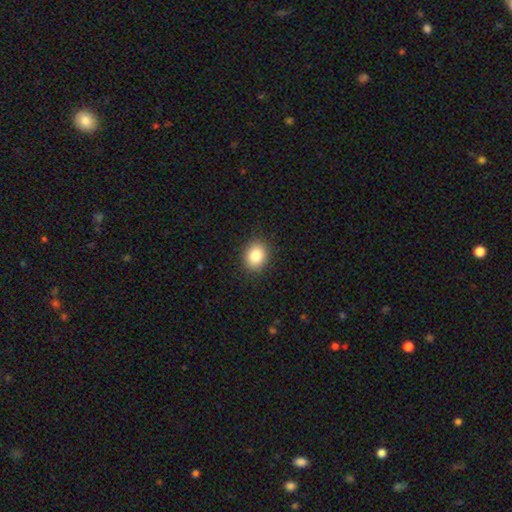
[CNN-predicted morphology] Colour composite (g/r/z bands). It shows a smooth galaxy with no disk features (85%) that is round (51%). Merging: none (89%).